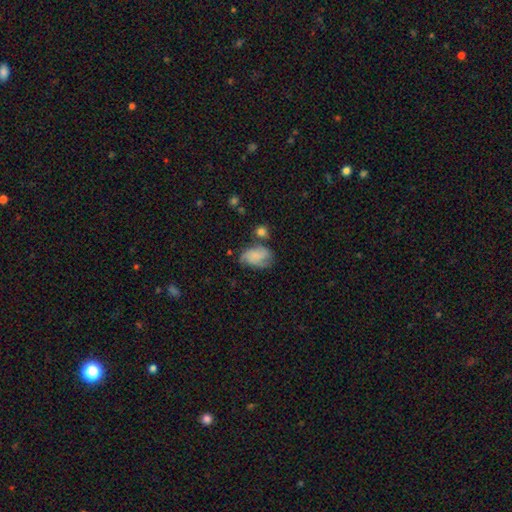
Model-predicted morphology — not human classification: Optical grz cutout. It shows a smooth galaxy with no disk features (54%) that is in between round and cigar-shaped (84%). Merging: none (43%).